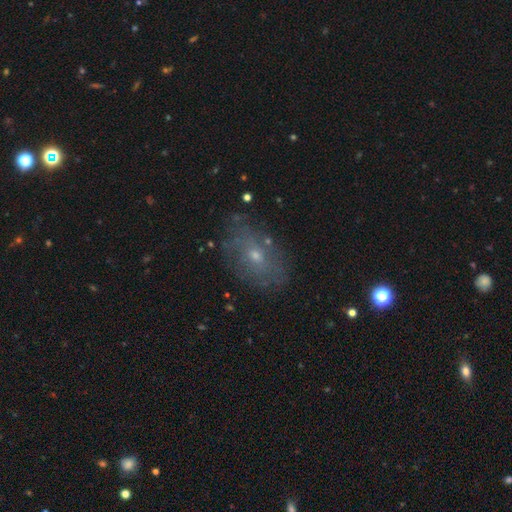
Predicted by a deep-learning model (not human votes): Smooth or featured? Predicted: featured or disk (p=0.45). Merging? Predicted: none (p=0.71).